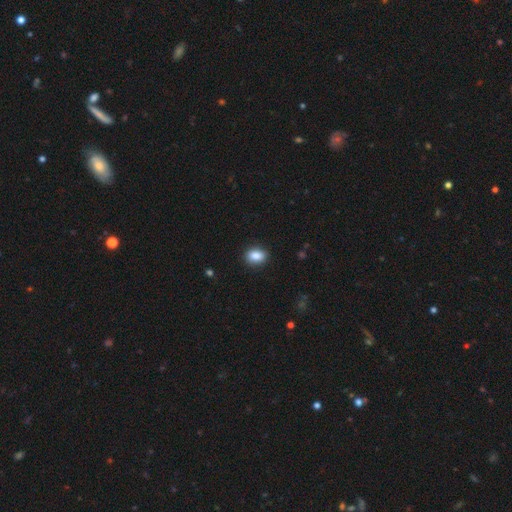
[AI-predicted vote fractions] smooth 87%, star or artifact 8%, featured or disk 5%. Down the decision tree: how rounded — in between (75%); merging — none (88%).